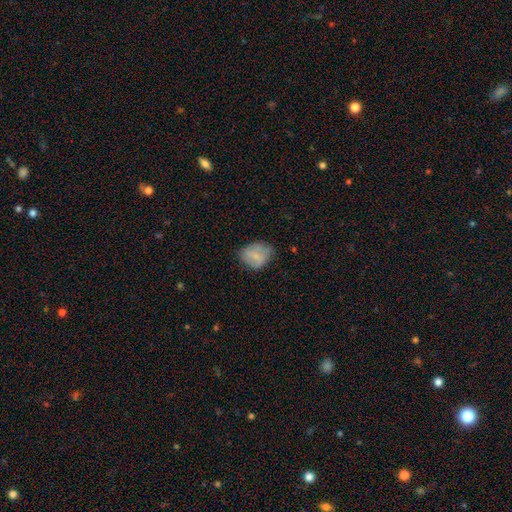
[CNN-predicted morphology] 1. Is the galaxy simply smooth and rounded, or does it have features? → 73% smooth, 19% featured or disk, 8% star or artifact.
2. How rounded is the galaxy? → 53% in between, 46% round, 1% cigar-shaped.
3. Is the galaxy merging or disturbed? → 60% none, 30% minor disturbance, 8% major disturbance, 2% merger.